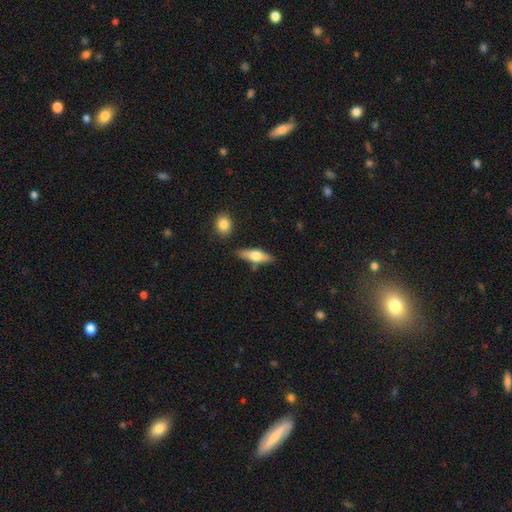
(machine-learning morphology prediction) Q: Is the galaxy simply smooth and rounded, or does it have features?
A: smooth — 56%.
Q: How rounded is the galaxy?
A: in between — 55%.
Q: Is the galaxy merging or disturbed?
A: none — 79%.